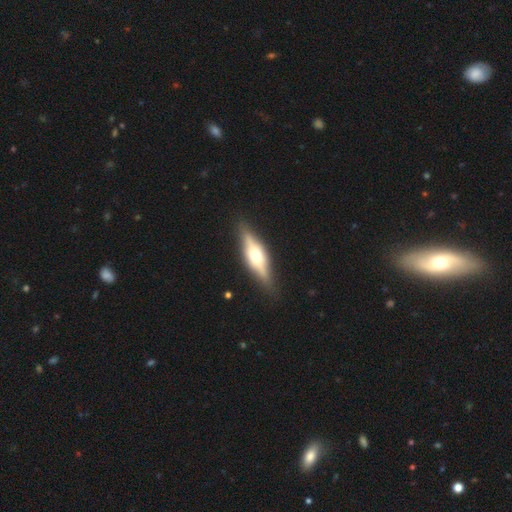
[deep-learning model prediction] The model was most divided on "smooth or featured": featured or disk: 62%, smooth: 32%, star or artifact: 6%. More confident: edge-on disk — yes (90%); edge-on bulge — rounded (90%); merging — none (85%).